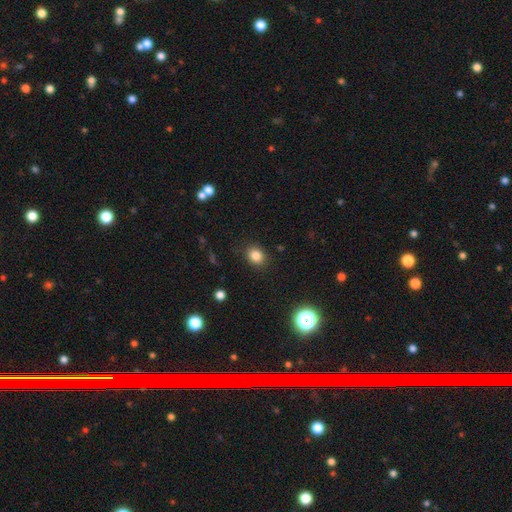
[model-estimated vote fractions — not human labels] smooth 83%, star or artifact 12%, featured or disk 5%. Down the decision tree: how rounded — round (61%); merging — none (87%).